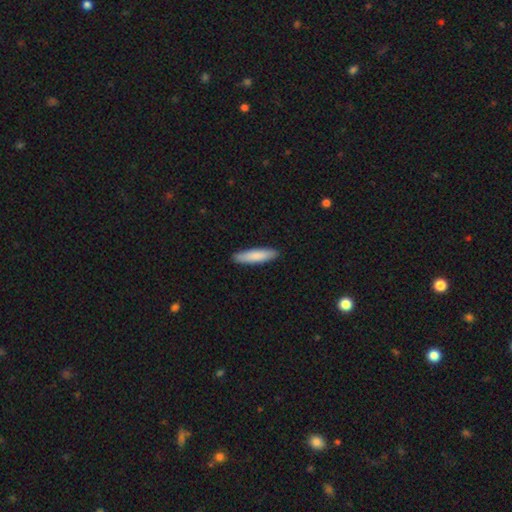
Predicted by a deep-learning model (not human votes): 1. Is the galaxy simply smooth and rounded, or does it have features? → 84% smooth, 11% featured or disk, 5% star or artifact.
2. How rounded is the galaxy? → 81% cigar-shaped, 18% in between, 1% round.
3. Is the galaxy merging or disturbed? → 91% none, 7% minor disturbance, 1% major disturbance, 1% merger.